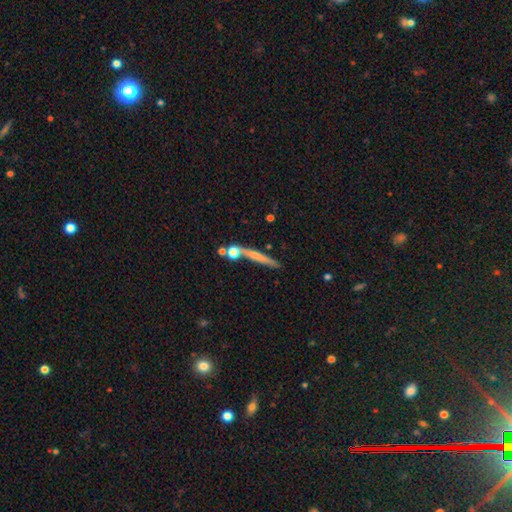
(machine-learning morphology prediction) A smooth galaxy with no disk features (49%).

Vote fractions:
- Smooth or featured? smooth: 49% / featured or disk: 41% / star or artifact: 10%
- Merging? none: 68% / merger: 14% / minor disturbance: 13% / major disturbance: 5%